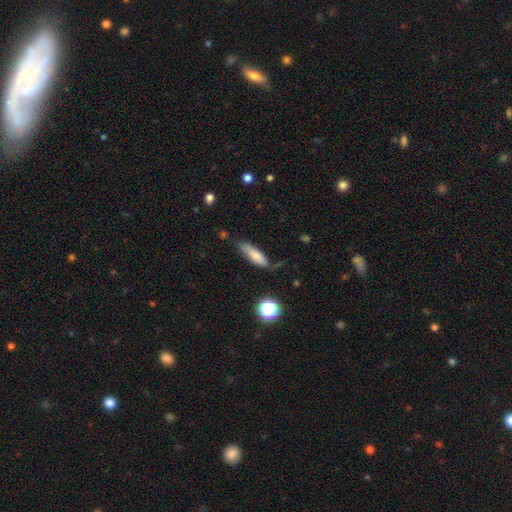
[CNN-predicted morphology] smooth 76%, featured or disk 15%, star or artifact 8%. Down the decision tree: how rounded — cigar-shaped (50%); merging — none (58%).